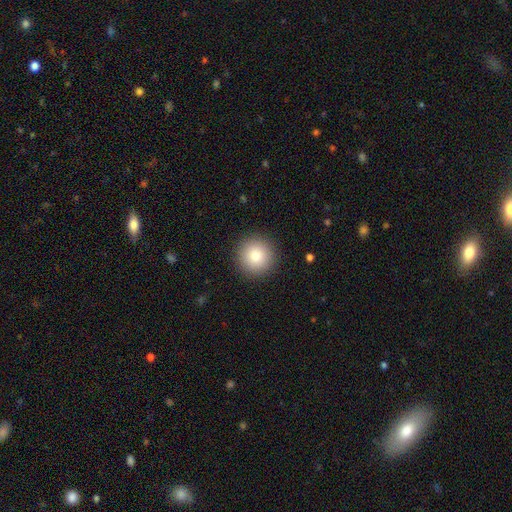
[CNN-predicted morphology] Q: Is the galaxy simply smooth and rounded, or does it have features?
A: smooth — 84%.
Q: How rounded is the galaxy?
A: round — 96%.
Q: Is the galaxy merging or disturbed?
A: none — 92%.